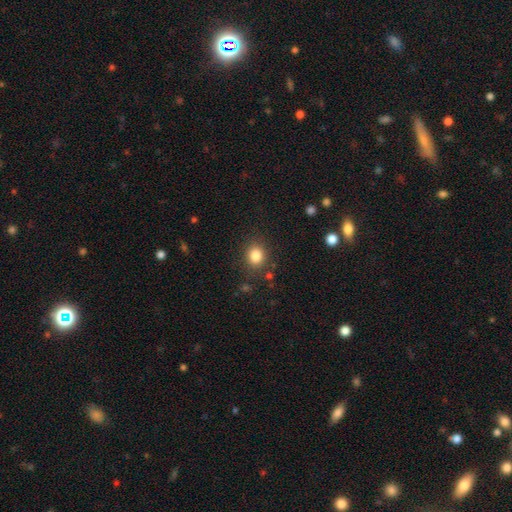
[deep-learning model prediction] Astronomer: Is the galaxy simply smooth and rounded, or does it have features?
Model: smooth — 83%.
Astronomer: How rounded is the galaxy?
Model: round — 69%.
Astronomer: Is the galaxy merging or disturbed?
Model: none — 84%.